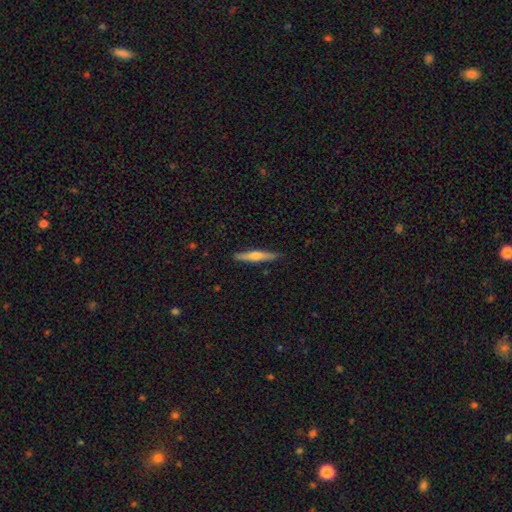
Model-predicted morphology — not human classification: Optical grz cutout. It shows a smooth galaxy with no disk features (48%). Merging: none (89%).